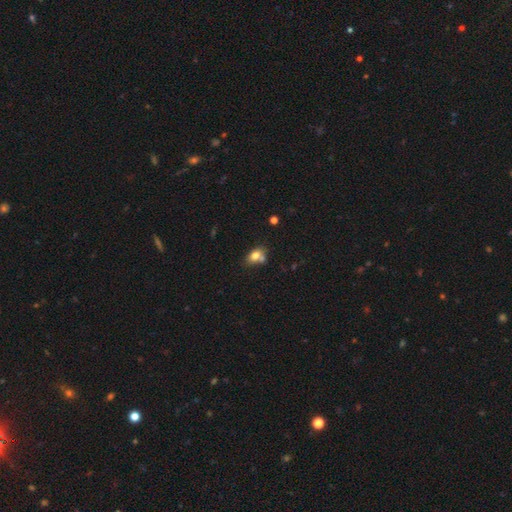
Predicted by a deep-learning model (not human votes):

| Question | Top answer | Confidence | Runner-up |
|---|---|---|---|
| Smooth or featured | smooth | 76% | featured or disk (13%) |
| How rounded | in between | 76% | round (22%) |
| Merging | none | 47% | merger (31%) |